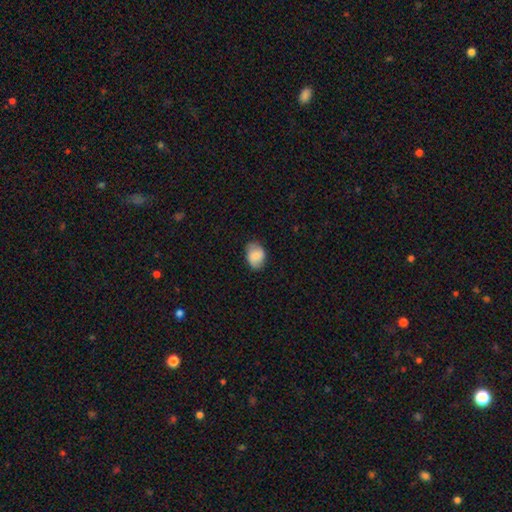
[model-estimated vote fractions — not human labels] The model was most divided on "how rounded": in between: 71%, round: 28%, cigar-shaped: 1%. More confident: smooth or featured — smooth (77%); merging — none (75%).